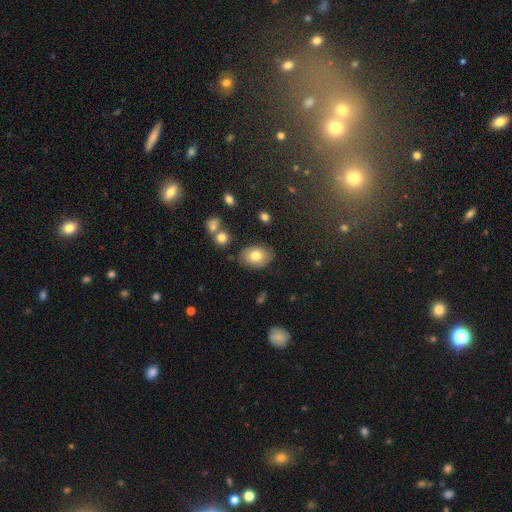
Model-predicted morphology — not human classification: A smooth galaxy with no disk features (74%) that is in between round and cigar-shaped (78%).

Vote fractions:
- Smooth or featured? smooth: 74% / featured or disk: 17% / star or artifact: 9%
- How rounded? in between: 78% / round: 21% / cigar-shaped: 1%
- Merging? none: 79% / minor disturbance: 14% / major disturbance: 4% / merger: 3%